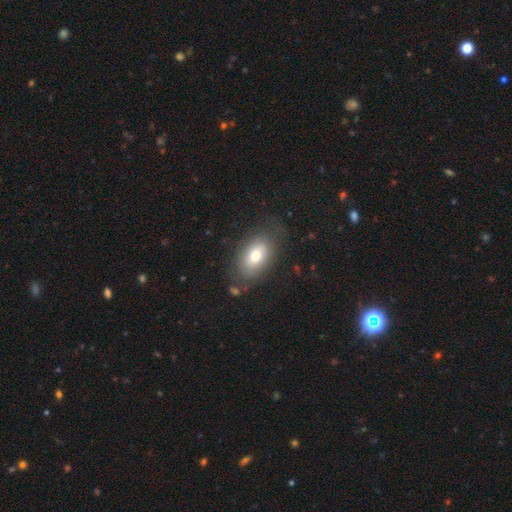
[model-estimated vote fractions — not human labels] smooth_or_featured: smooth (p=0.70) [alt: featured or disk p=0.21]
how_rounded: in between (p=0.88) [alt: round p=0.10]
merging: none (p=0.71) [alt: minor disturbance p=0.18]